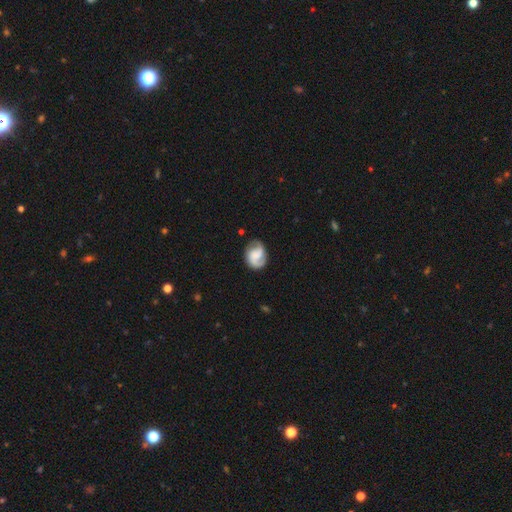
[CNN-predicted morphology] Smooth or featured? Predicted: featured or disk (p=0.66). Edge-on disk? Predicted: no (p=0.98). Bar? Predicted: no (p=0.52). Spiral arms? Predicted: yes (p=0.92). Spiral winding? Predicted: medium (p=0.44). Spiral arm count? Predicted: 2 (p=0.72). Bulge size? Predicted: none (p=0.34). Merging? Predicted: none (p=0.68).